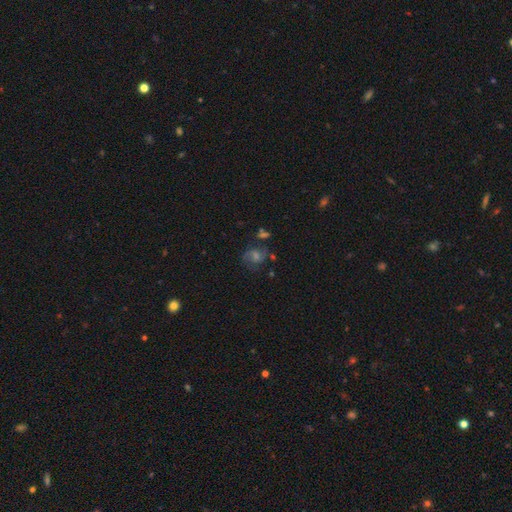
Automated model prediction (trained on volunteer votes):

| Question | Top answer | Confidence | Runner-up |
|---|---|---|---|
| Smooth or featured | featured or disk | 49% | smooth (28%) |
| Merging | none | 65% | minor disturbance (17%) |